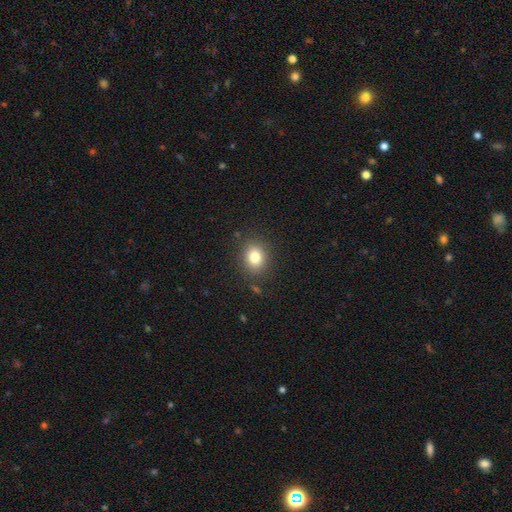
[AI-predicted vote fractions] Q: Smooth or featured?
A: smooth (82%); runner-up: star or artifact (11%)
Q: How rounded?
A: round (56%); runner-up: in between (43%)
Q: Merging?
A: none (86%); runner-up: minor disturbance (10%)